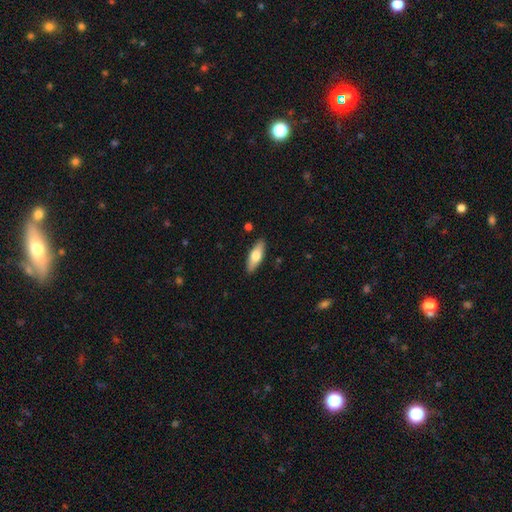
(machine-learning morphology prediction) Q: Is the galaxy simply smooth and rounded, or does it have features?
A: smooth — 65%.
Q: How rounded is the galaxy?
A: in between — 61%.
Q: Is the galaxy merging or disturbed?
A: none — 88%.